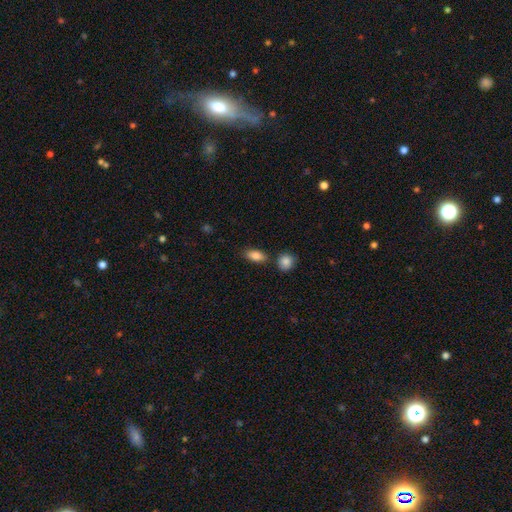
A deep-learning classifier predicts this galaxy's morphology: Smooth or featured: smooth — 87% (star or artifact — 7%)
How rounded: in between — 87% (round — 7%)
Merging: none — 77% (minor disturbance — 12%)